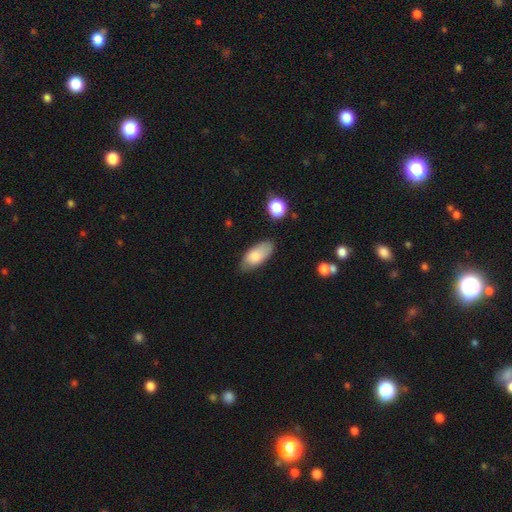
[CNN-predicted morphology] A smooth galaxy with no disk features (80%) that is in between round and cigar-shaped (90%). Merging: none (69%).